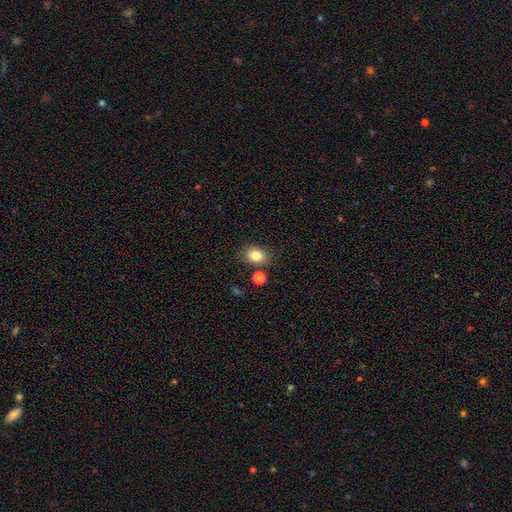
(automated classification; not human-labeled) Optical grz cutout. It shows a smooth galaxy with no disk features (84%) that is in between round and cigar-shaped (59%). Merging: none (78%).